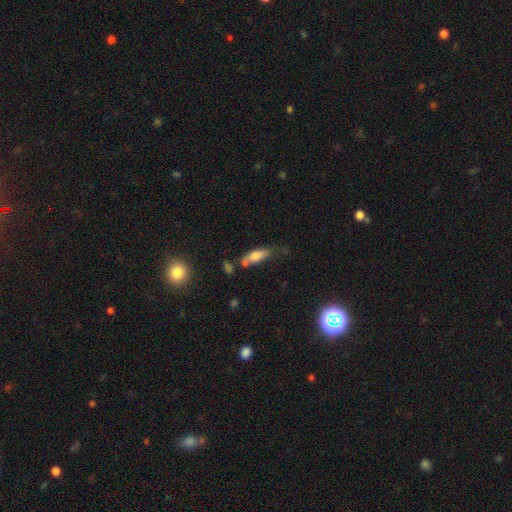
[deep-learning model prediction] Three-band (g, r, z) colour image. It shows a smooth galaxy with no disk features (74%) that is in between round and cigar-shaped (68%). Merging: none (43%).